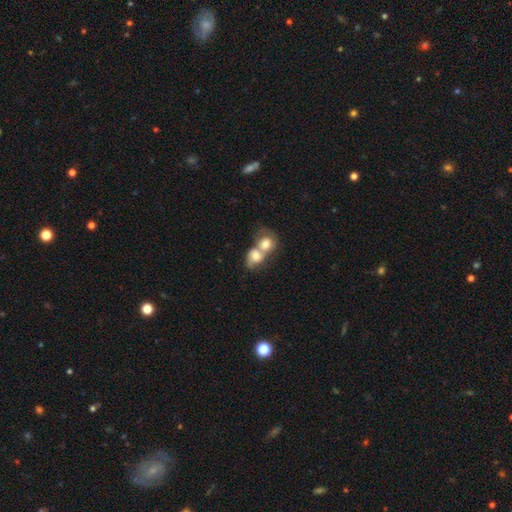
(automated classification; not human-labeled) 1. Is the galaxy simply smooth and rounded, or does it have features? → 67% smooth, 25% featured or disk, 8% star or artifact.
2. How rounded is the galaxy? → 58% round, 41% in between, 1% cigar-shaped.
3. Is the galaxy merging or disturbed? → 81% merger, 11% none, 4% minor disturbance, 4% major disturbance.